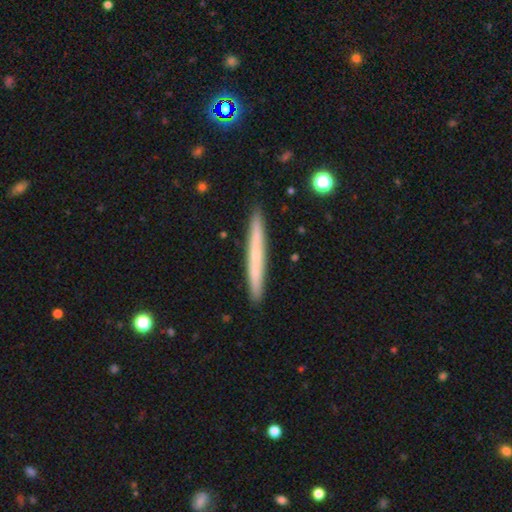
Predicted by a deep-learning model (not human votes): Smooth or featured: smooth — 53% (featured or disk — 41%)
How rounded: cigar-shaped — 97% (in between — 2%)
Merging: none — 92% (minor disturbance — 6%)